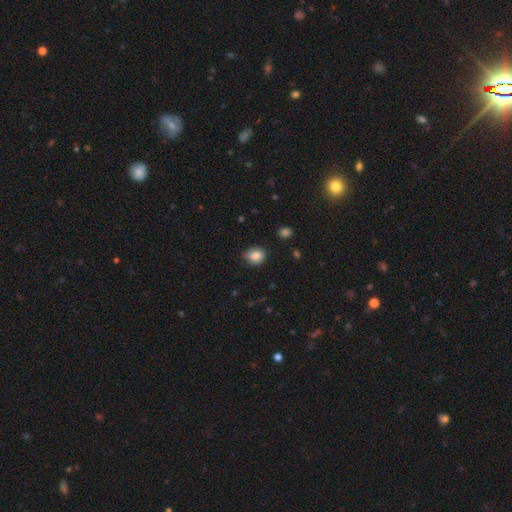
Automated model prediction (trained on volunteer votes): The model was most divided on "how rounded": round: 59%, in between: 40%, cigar-shaped: 1%. More confident: smooth or featured — smooth (83%); merging — none (70%).